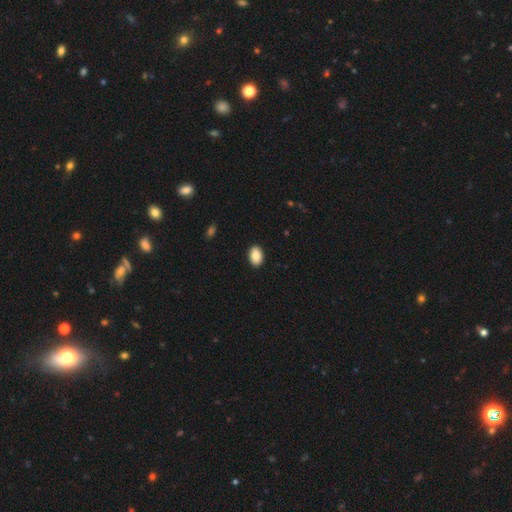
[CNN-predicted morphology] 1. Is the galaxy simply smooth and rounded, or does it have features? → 88% smooth, 7% star or artifact, 5% featured or disk.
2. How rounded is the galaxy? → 87% in between, 12% round, 1% cigar-shaped.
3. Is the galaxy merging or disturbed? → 91% none, 7% minor disturbance, 2% major disturbance, 1% merger.